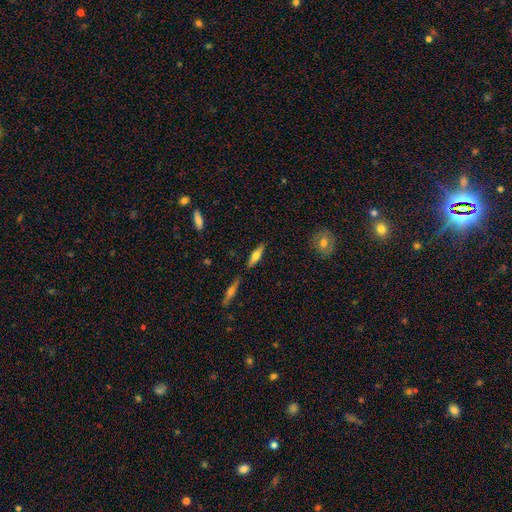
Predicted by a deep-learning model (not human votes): Q: Smooth or featured?
A: smooth (53%); runner-up: featured or disk (40%)
Q: How rounded?
A: cigar-shaped (60%); runner-up: in between (38%)
Q: Merging?
A: none (82%); runner-up: minor disturbance (12%)